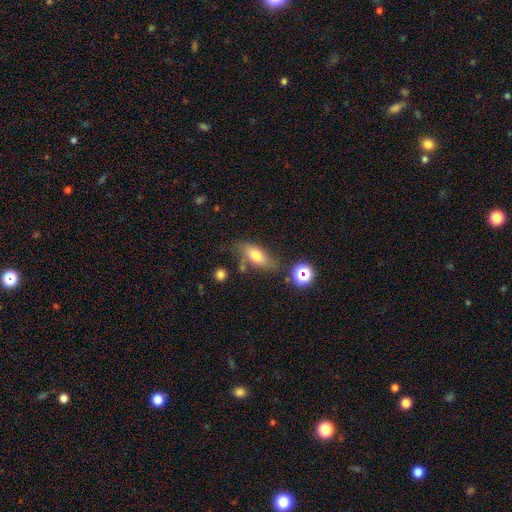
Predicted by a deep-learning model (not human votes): Smooth or featured: smooth — 67% (featured or disk — 22%)
How rounded: in between — 77% (cigar-shaped — 16%)
Merging: none — 62% (minor disturbance — 21%)